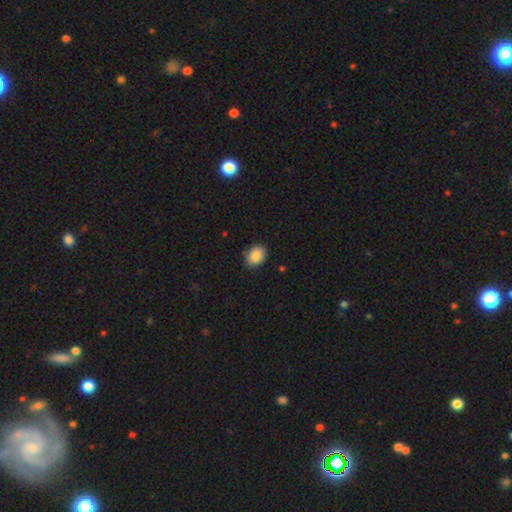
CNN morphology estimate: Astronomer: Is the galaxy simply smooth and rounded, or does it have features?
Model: smooth — 87%.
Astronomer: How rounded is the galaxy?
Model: round — 51% (runner-up: in between, 48%).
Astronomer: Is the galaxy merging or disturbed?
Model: none — 84%.